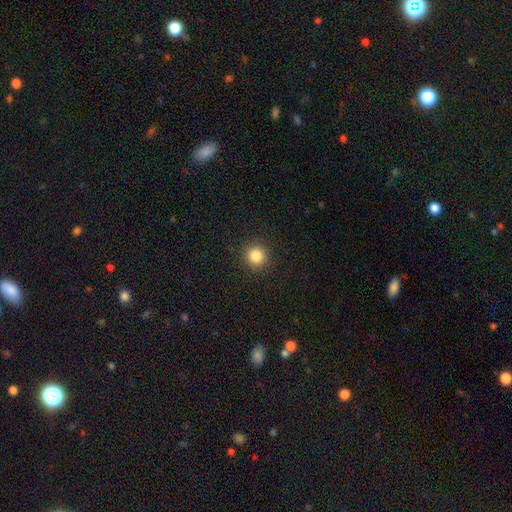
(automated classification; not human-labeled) The model was most divided on "smooth or featured": smooth: 84%, star or artifact: 11%, featured or disk: 4%. More confident: how rounded — round (94%); merging — none (92%).